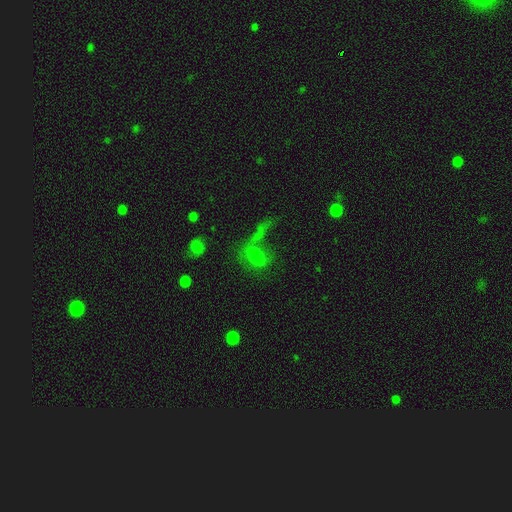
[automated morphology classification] This is possibly a smooth galaxy (60%). How rounded: possibly in between (55%). Merging: marginally none (34%).